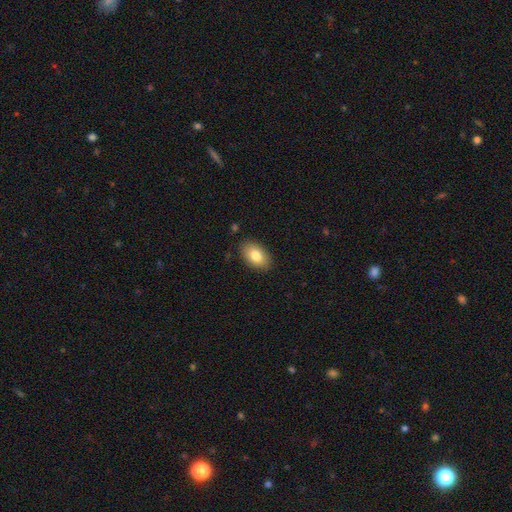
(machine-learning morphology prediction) A smooth galaxy with no disk features (82%) that is in between round and cigar-shaped (92%).

Vote fractions:
- Smooth or featured? smooth: 82% / featured or disk: 11% / star or artifact: 7%
- How rounded? in between: 92% / round: 6% / cigar-shaped: 1%
- Merging? none: 87% / minor disturbance: 10% / major disturbance: 2% / merger: 1%